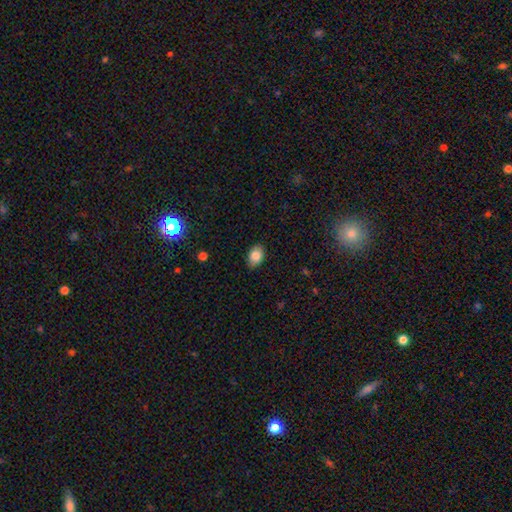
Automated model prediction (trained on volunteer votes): Morphology: type=smooth (83%); roundness=in between (84%); merging=none (85%).